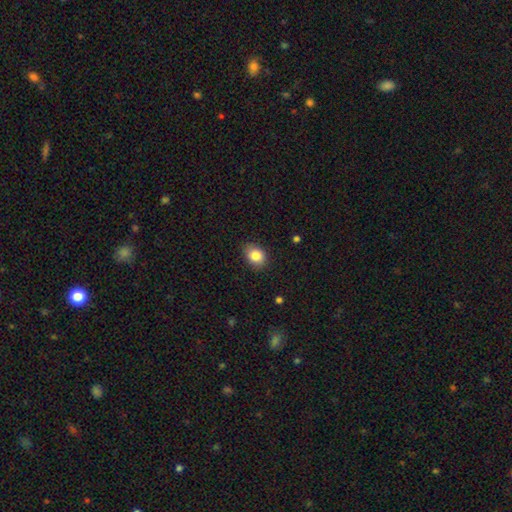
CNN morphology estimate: smooth_or_featured: smooth (p=0.85) [alt: star or artifact p=0.09]
how_rounded: in between (p=0.55) [alt: round p=0.44]
merging: none (p=0.84) [alt: minor disturbance p=0.12]